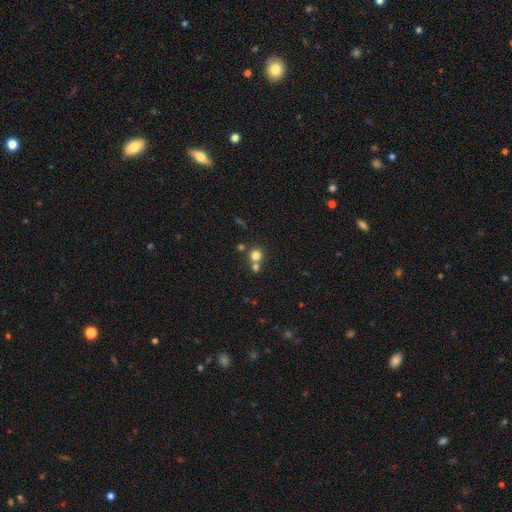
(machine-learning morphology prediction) A smooth galaxy with no disk features (77%) that is round (89%).

Vote fractions:
- Smooth or featured? smooth: 77% / star or artifact: 14% / featured or disk: 9%
- How rounded? round: 89% / in between: 10% / cigar-shaped: 1%
- Merging? none: 53% / merger: 37% / minor disturbance: 7% / major disturbance: 3%